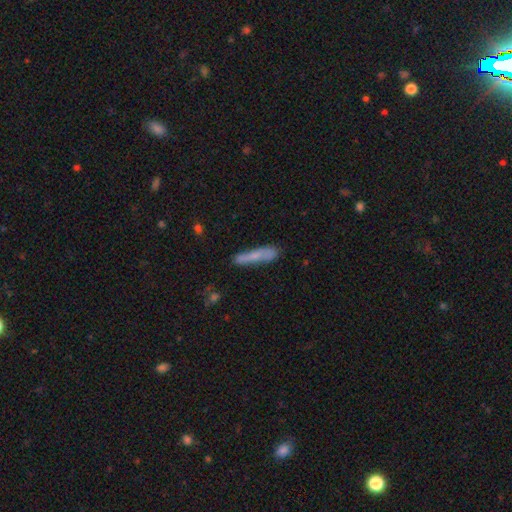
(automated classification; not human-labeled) Overall: smooth (66%; featured or disk 27%). How rounded: cigar-shaped (89%). Merging: none (71%).